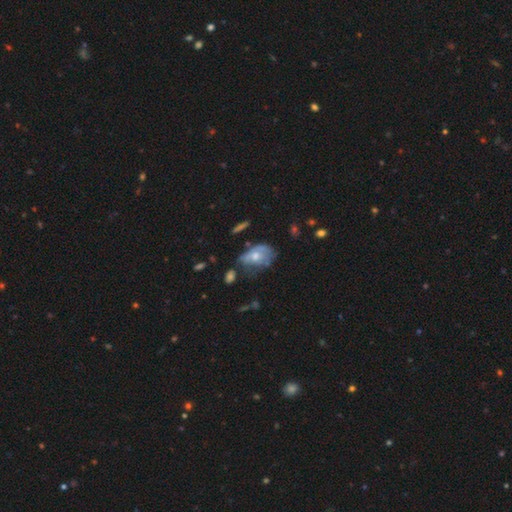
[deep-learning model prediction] Q: Smooth or featured?
A: smooth (46%); tied with: featured or disk (46%)
Q: Merging?
A: none (36%); runner-up: minor disturbance (32%)